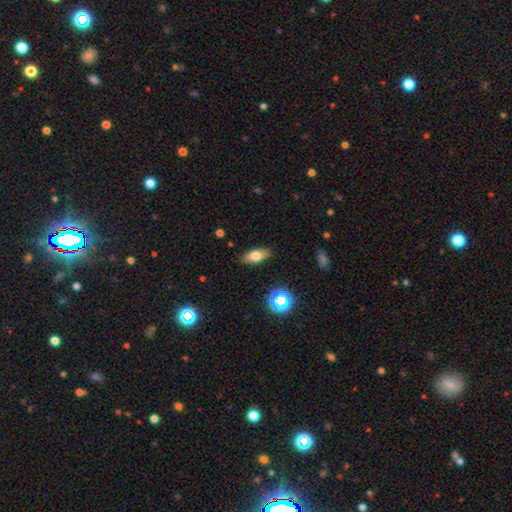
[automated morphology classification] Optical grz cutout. It shows a smooth galaxy with no disk features (75%) that is in between round and cigar-shaped (84%). Merging: none (87%).